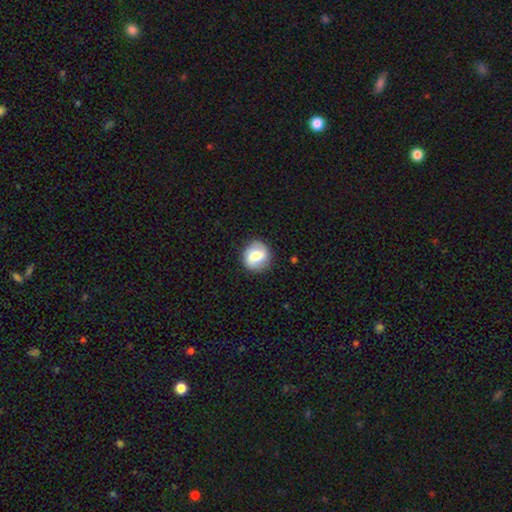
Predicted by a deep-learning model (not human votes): Q: Smooth or featured?
A: smooth (59%); runner-up: featured or disk (33%)
Q: How rounded?
A: round (87%); runner-up: in between (12%)
Q: Merging?
A: none (87%); runner-up: minor disturbance (9%)